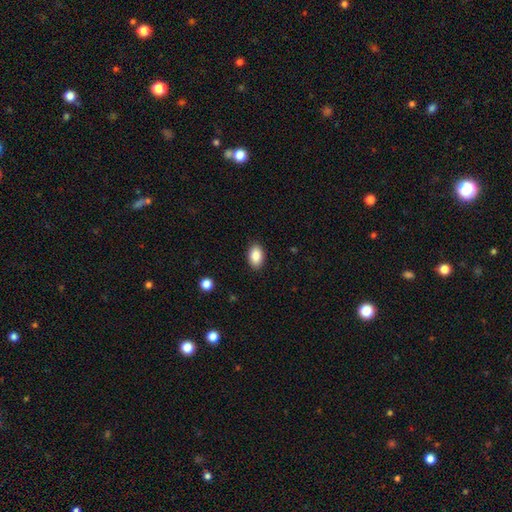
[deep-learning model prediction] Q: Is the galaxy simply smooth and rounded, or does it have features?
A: smooth — 88%.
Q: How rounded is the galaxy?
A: in between — 91%.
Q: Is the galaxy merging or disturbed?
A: none — 88%.